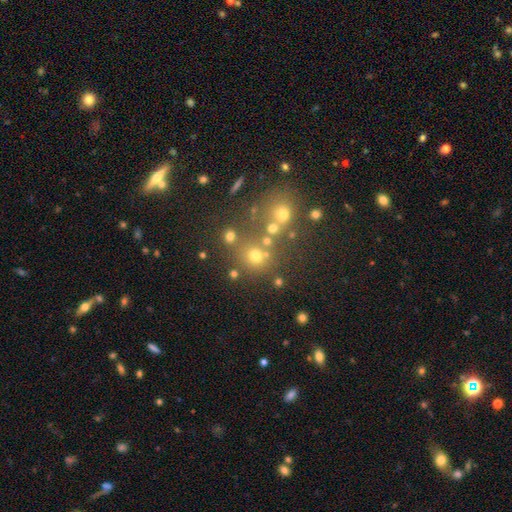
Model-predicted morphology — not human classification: type=smooth (64%); roundness=round (87%); merging=none (67%).